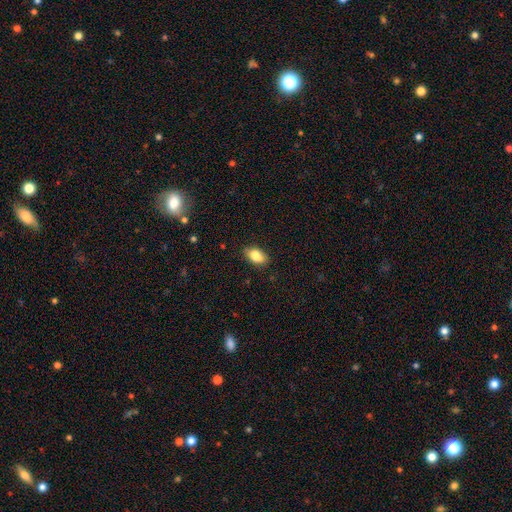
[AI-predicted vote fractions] Overall: smooth (85%). How rounded: in between (91%). Merging: none (82%).